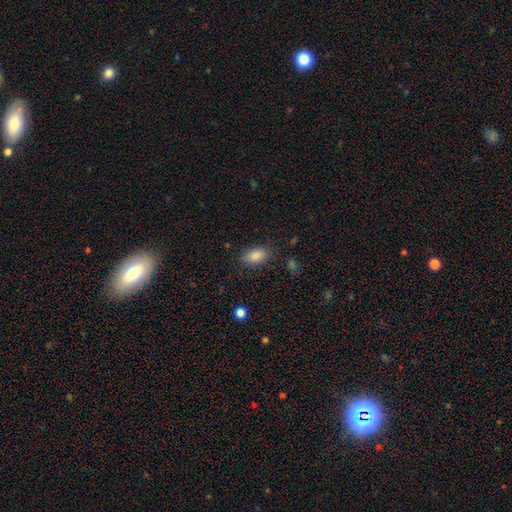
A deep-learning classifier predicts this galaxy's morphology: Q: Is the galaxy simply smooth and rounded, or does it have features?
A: smooth — 85%.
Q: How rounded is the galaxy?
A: in between — 90%.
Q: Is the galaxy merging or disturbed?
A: none — 84%.